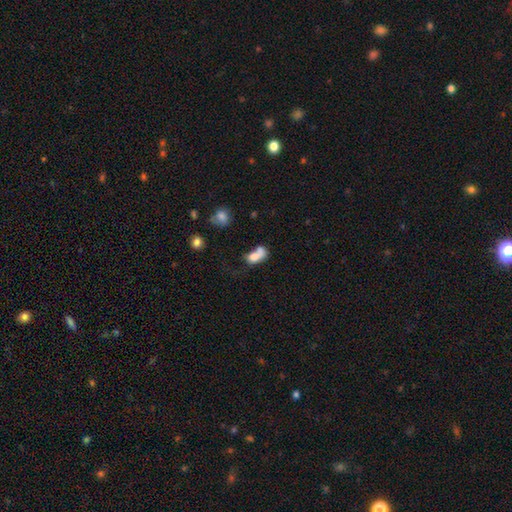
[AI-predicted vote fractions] A smooth galaxy with no disk features (71%) that is in between round and cigar-shaped (73%).

Vote fractions:
- Smooth or featured? smooth: 71% / featured or disk: 19% / star or artifact: 10%
- How rounded? in between: 73% / round: 22% / cigar-shaped: 4%
- Merging? merger: 55% / none: 19% / major disturbance: 14% / minor disturbance: 11%